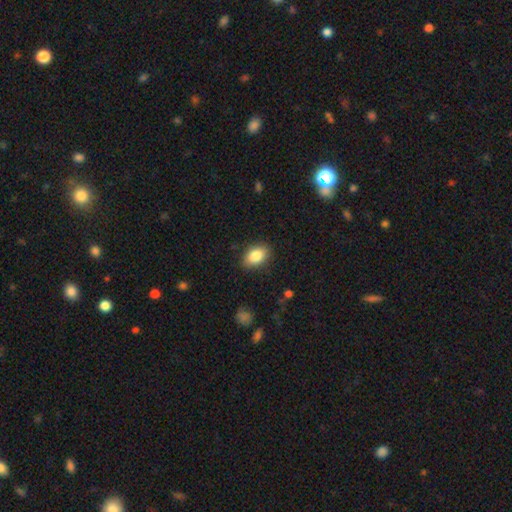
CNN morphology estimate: The model was most divided on "how rounded": in between: 85%, round: 14%, cigar-shaped: 1%. More confident: merging — none (86%); smooth or featured — smooth (85%).